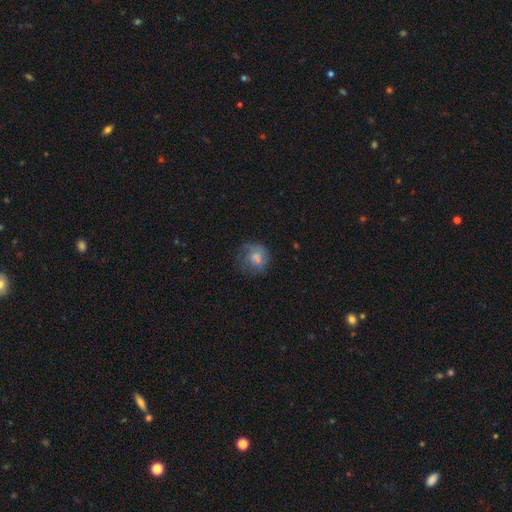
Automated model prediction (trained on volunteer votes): Overall: smooth (60%; featured or disk 30%). How rounded: round (78%). Merging: none (47%; minor disturbance 24%).